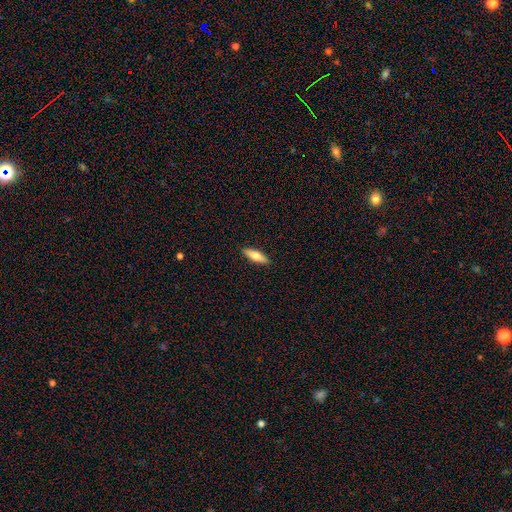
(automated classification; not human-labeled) This appears to be a smooth galaxy with no disk features (65%) that is cigar-shaped (54%). Merging: none (90%).